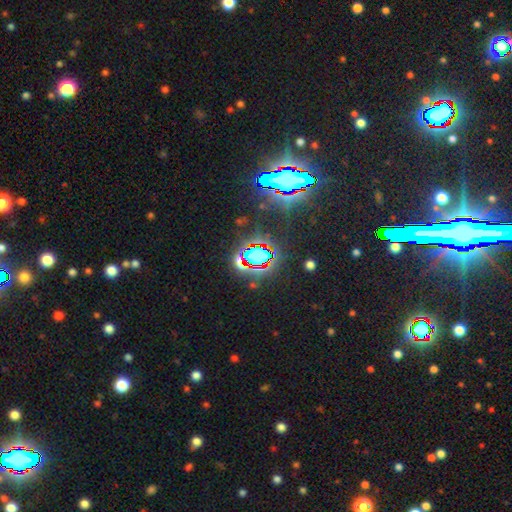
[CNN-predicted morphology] smooth-or-featured: star or artifact: 71% | smooth: 17% | featured or disk: 12%